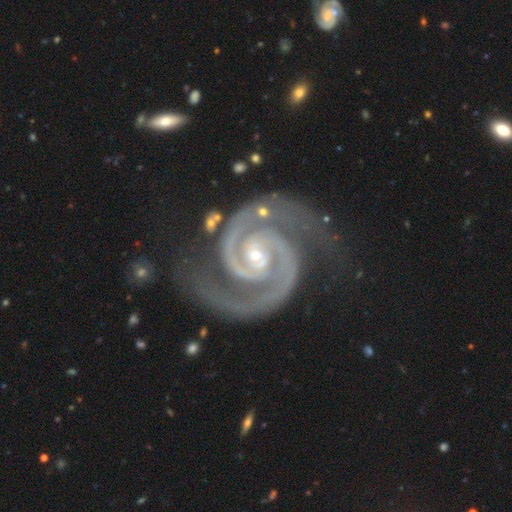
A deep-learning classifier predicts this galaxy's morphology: Overall: featured or disk (95%). Edge-on disk: no (98%). Bar: no (53%; weak 29%). Spiral arms: yes (99%). Spiral arm count: 2 (93%). Spiral winding: tight (61%; medium 35%). Bulge size: small (81%). Merging: none (73%).